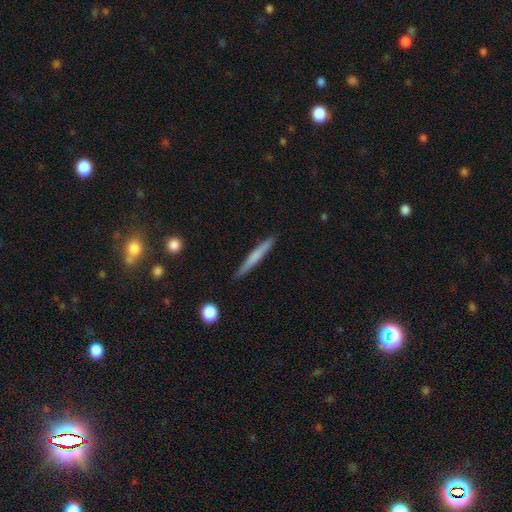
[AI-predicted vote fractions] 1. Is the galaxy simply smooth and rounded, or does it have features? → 63% smooth, 32% featured or disk, 6% star or artifact.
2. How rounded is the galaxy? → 96% cigar-shaped, 2% in between, 1% round.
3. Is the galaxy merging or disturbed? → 90% none, 7% minor disturbance, 1% major disturbance, 1% merger.